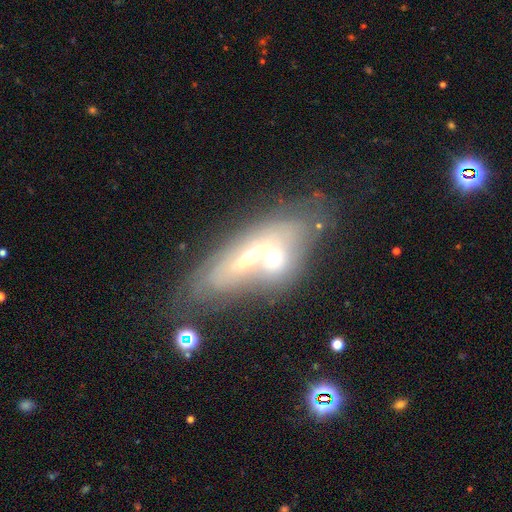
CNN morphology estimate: smooth-or-featured: featured or disk: 57% | smooth: 31% | star or artifact: 11%
  disk-edge-on: no: 74% | yes: 26%
  merging: merger: 51% | none: 25% | major disturbance: 12% | minor disturbance: 12%